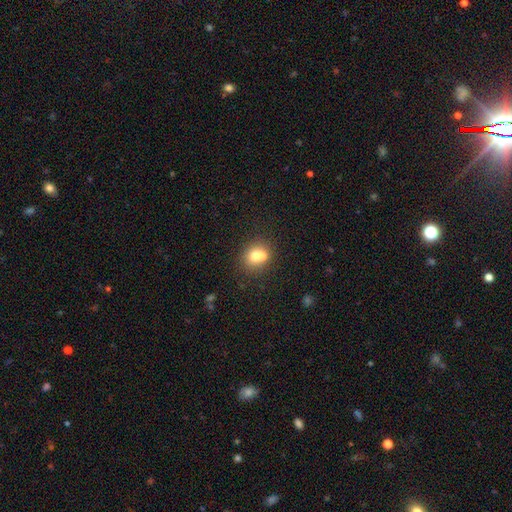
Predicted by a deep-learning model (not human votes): This is likely a smooth galaxy (68%). How rounded: likely round (73%). Merging: marginally merger (45%).